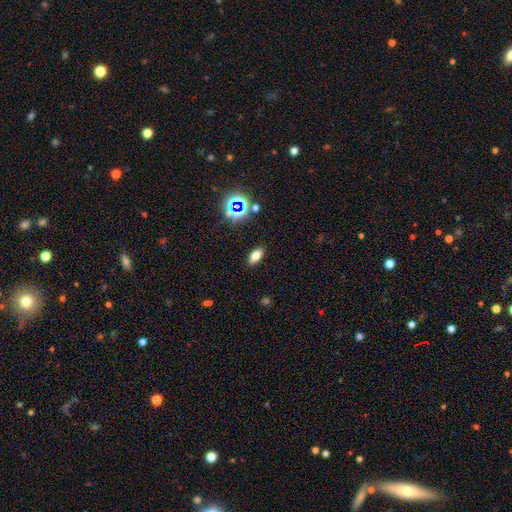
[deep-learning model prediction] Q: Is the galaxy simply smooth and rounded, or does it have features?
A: smooth — 69%.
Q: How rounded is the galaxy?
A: in between — 84%.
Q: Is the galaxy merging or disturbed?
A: none — 88%.